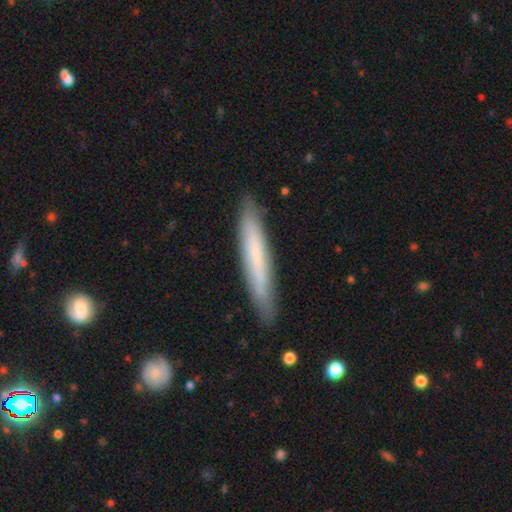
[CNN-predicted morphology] type=smooth (59%); roundness=cigar-shaped (94%); merging=none (87%).